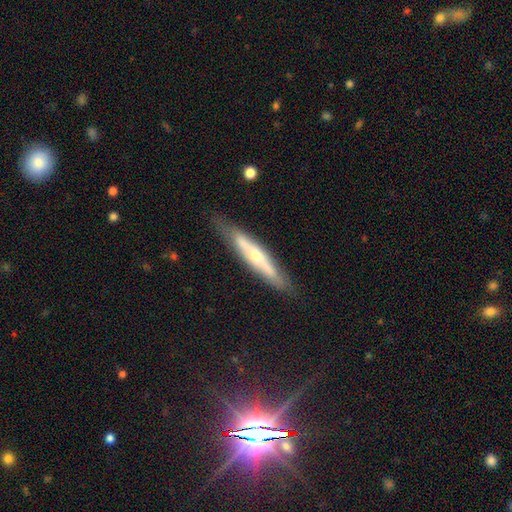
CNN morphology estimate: Smooth or featured?
  - featured or disk: 63% *
  - smooth: 26%
  - star or artifact: 11%
Edge-on disk?
  - yes: 80% *
  - no: 20%
Edge-on bulge?
  - rounded: 69% *
  - none: 25%
  - boxy: 6%
Merging?
  - none: 80% *
  - minor disturbance: 15%
  - major disturbance: 3%
  - merger: 2%